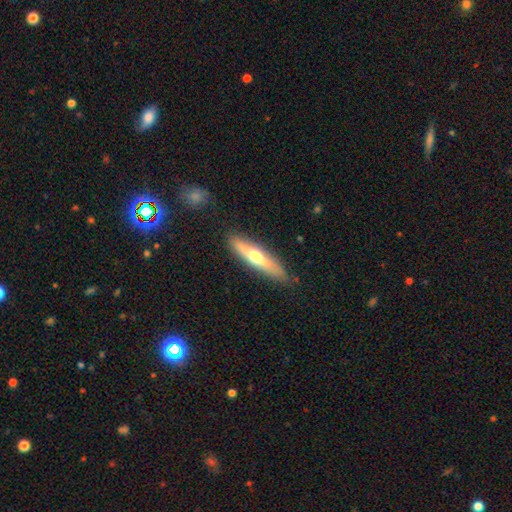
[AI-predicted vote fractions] Smooth or featured?
  - smooth: 51% *
  - featured or disk: 43%
  - star or artifact: 6%
How rounded?
  - cigar-shaped: 79% *
  - in between: 20%
  - round: 2%
Merging?
  - none: 85% *
  - minor disturbance: 11%
  - major disturbance: 3%
  - merger: 1%